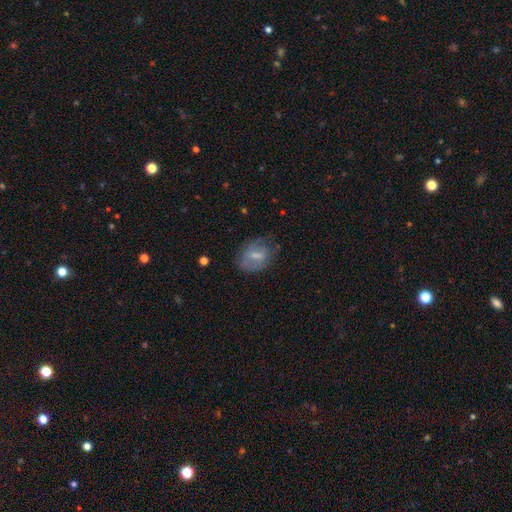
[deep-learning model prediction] A smooth galaxy with no disk features (48%).

Vote fractions:
- Smooth or featured? smooth: 48% / featured or disk: 44% / star or artifact: 8%
- Merging? none: 58% / minor disturbance: 26% / major disturbance: 14% / merger: 2%